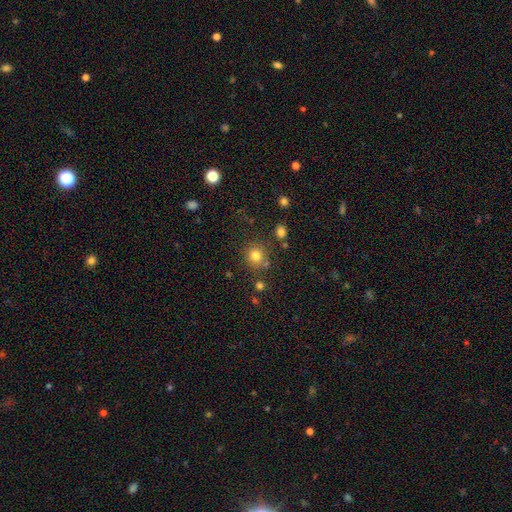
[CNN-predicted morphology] This is clearly a smooth galaxy (80%). How rounded: clearly round (88%). Merging: likely none (78%).